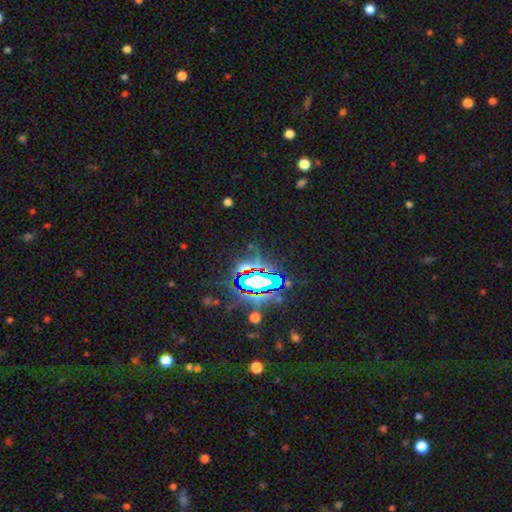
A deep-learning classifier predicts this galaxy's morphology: Q: Smooth or featured?
A: star or artifact (76%); runner-up: smooth (14%)